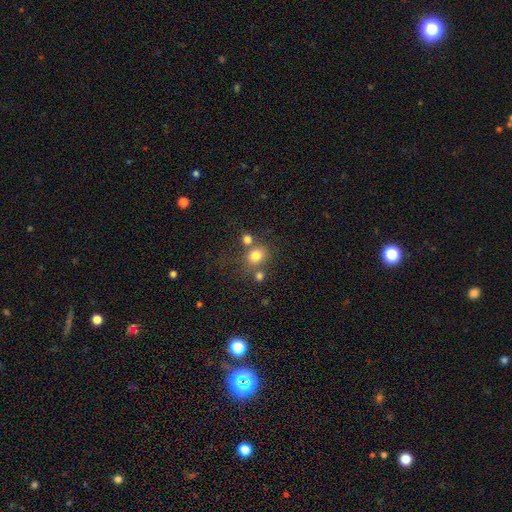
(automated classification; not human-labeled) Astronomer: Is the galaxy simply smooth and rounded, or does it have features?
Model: smooth — 76%.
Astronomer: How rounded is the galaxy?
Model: round — 78%.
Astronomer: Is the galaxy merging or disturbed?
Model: none — 58%.